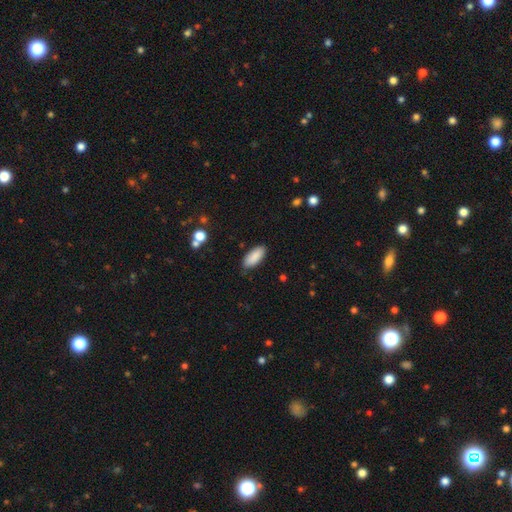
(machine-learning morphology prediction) The model was most divided on "how rounded": in between: 84%, cigar-shaped: 15%, round: 2%. More confident: smooth or featured — smooth (89%); merging — none (85%).